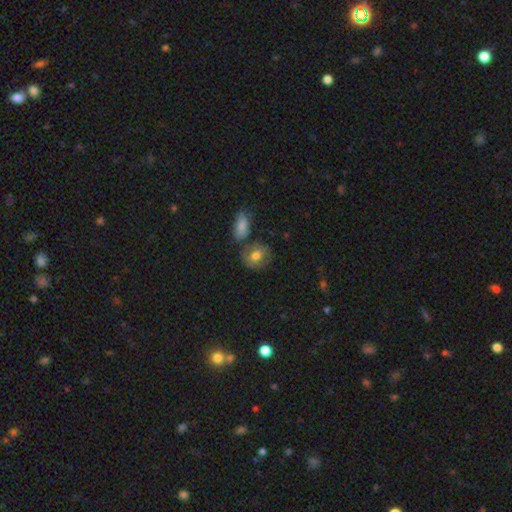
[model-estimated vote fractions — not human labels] smooth-or-featured: smooth: 68% | featured or disk: 23% | star or artifact: 8%
  how-rounded: round: 64% | in between: 35% | cigar-shaped: 1%
  merging: none: 63% | minor disturbance: 18% | merger: 13% | major disturbance: 6%